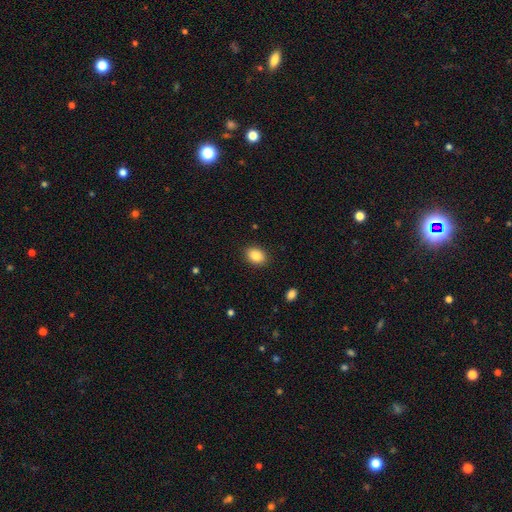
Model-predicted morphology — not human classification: A smooth galaxy with no disk features (87%) that is in between round and cigar-shaped (69%).

Vote fractions:
- Smooth or featured? smooth: 87% / star or artifact: 8% / featured or disk: 5%
- How rounded? in between: 69% / round: 30% / cigar-shaped: 1%
- Merging? none: 89% / minor disturbance: 8% / major disturbance: 2% / merger: 1%